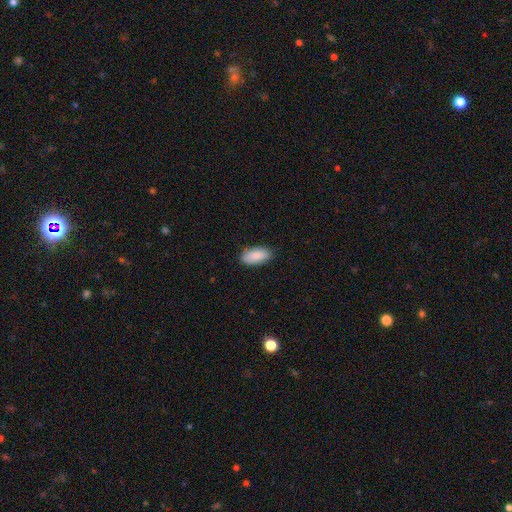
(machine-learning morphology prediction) Overall: smooth (89%). How rounded: in between (92%). Merging: none (85%).